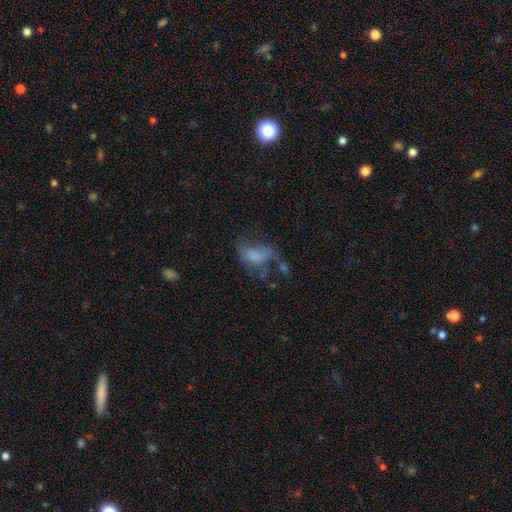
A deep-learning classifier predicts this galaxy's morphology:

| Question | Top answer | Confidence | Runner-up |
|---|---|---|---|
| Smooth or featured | smooth | 50% | featured or disk (37%) |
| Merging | major disturbance | 44% | none (26%) |